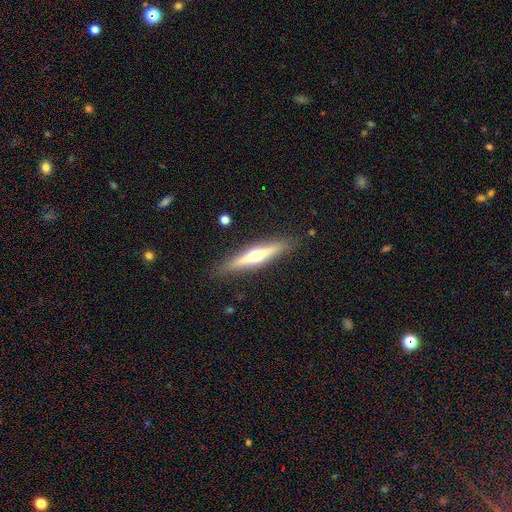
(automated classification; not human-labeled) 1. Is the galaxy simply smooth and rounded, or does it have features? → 66% featured or disk, 28% smooth, 6% star or artifact.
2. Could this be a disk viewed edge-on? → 96% yes, 4% no.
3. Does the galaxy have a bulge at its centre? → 93% rounded, 4% none, 3% boxy.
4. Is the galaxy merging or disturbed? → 88% none, 8% minor disturbance, 2% major disturbance, 1% merger.